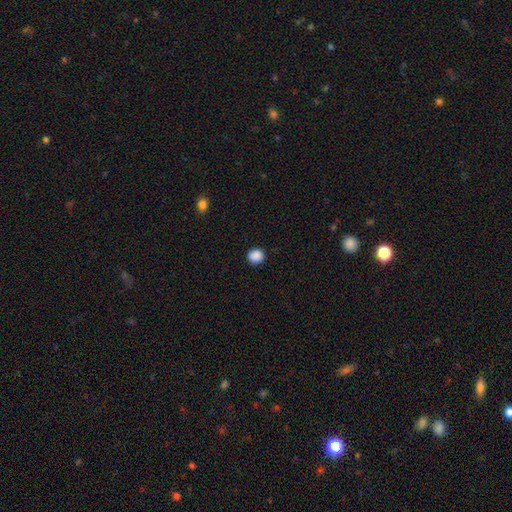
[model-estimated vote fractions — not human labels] Smooth or featured? Predicted: smooth (p=0.88). How rounded? Predicted: round (p=0.89). Merging? Predicted: none (p=0.91).